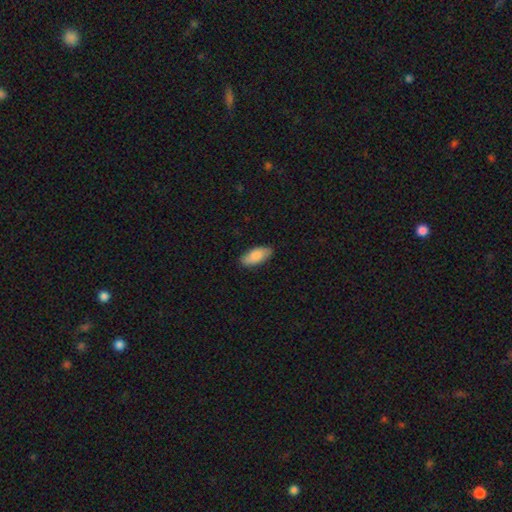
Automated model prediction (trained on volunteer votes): Overall: smooth (83%). How rounded: in between (88%). Merging: none (84%).